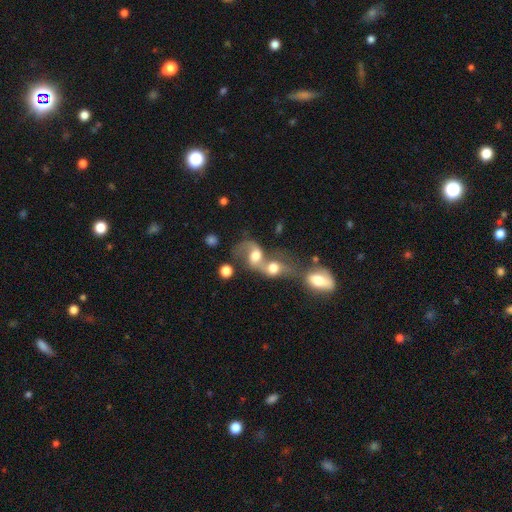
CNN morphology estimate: smooth-or-featured: featured or disk: 50% | smooth: 37% | star or artifact: 13%
  disk-edge-on: no: 96% | yes: 4%
  merging: merger: 73% | none: 13% | major disturbance: 8% | minor disturbance: 6%